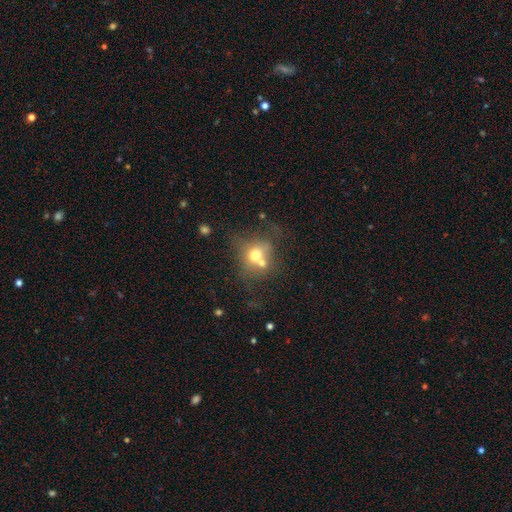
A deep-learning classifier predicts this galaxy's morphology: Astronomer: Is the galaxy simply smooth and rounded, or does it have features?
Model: smooth — 62%.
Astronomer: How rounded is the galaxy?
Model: round — 70%.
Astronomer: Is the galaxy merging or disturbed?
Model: merger — 47% (runner-up: none, 32%).